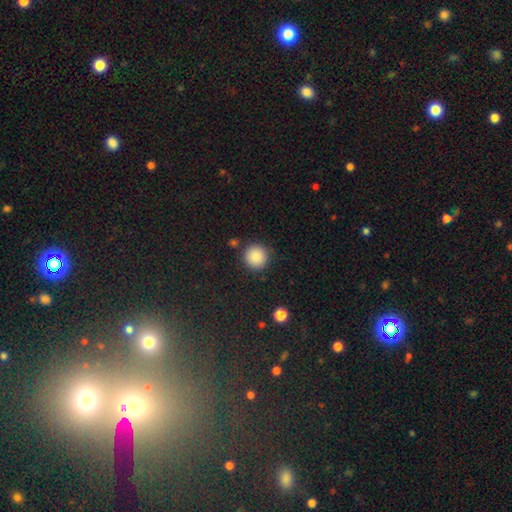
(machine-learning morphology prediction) Q: Smooth or featured?
A: smooth (88%); runner-up: star or artifact (9%)
Q: How rounded?
A: round (95%); runner-up: in between (4%)
Q: Merging?
A: none (88%); runner-up: minor disturbance (7%)